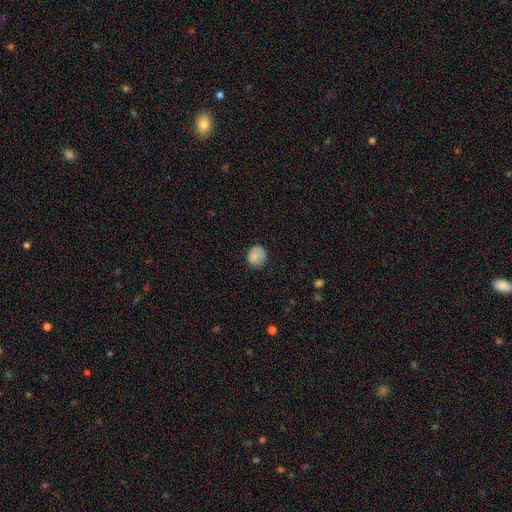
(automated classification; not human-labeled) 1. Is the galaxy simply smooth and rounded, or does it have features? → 80% smooth, 11% featured or disk, 9% star or artifact.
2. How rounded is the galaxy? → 79% round, 21% in between, 1% cigar-shaped.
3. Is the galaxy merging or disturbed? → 73% none, 20% minor disturbance, 6% major disturbance, 1% merger.